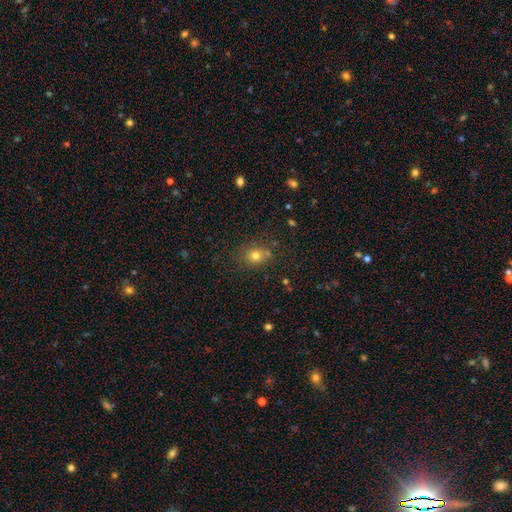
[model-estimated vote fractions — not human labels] Q: Smooth or featured?
A: smooth (75%); runner-up: star or artifact (16%)
Q: How rounded?
A: round (69%); runner-up: in between (30%)
Q: Merging?
A: none (71%); runner-up: minor disturbance (14%)